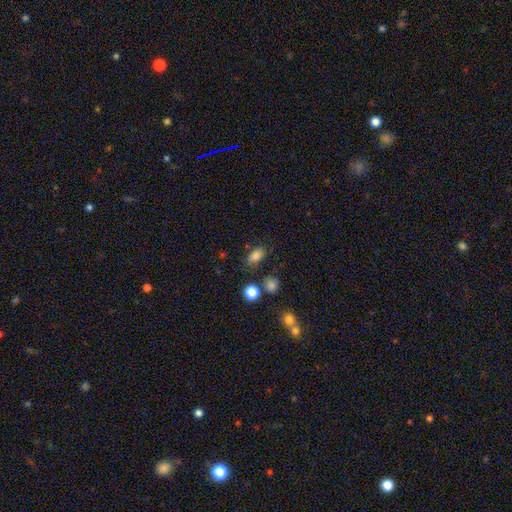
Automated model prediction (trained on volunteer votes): smooth-or-featured: smooth: 82% | star or artifact: 12% | featured or disk: 6%
  how-rounded: in between: 83% | round: 14% | cigar-shaped: 2%
  merging: none: 72% | minor disturbance: 17% | major disturbance: 6% | merger: 5%